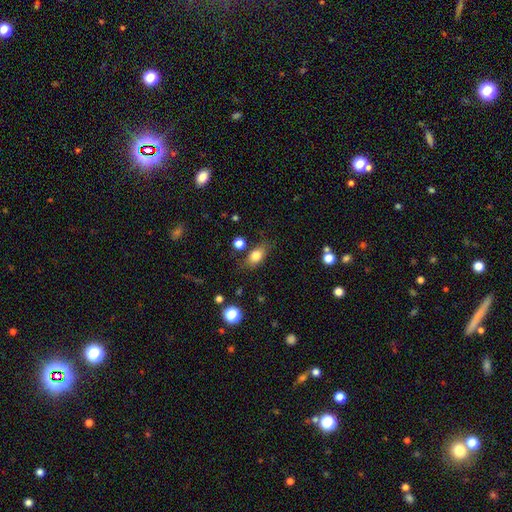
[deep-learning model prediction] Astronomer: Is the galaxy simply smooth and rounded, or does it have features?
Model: smooth — 79%.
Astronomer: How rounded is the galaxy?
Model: in between — 75%.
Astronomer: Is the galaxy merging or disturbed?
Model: none — 70%.